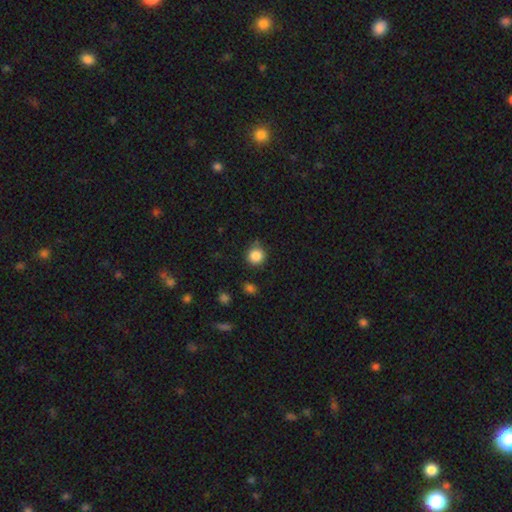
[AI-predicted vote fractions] Morphology: type=smooth (85%); roundness=round (91%); merging=none (78%).